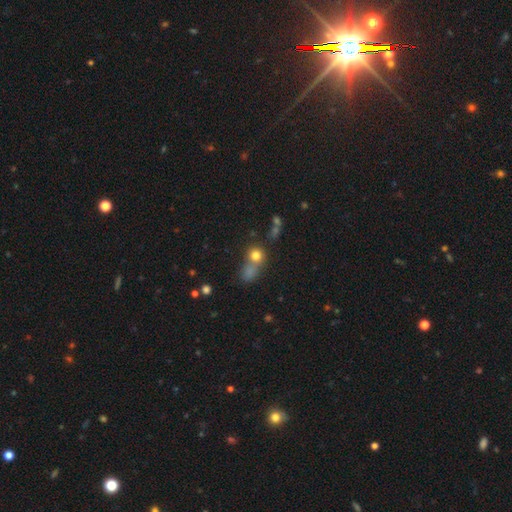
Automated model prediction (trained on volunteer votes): A smooth galaxy with no disk features (74%) that is round (78%). Merging: merger (42%).